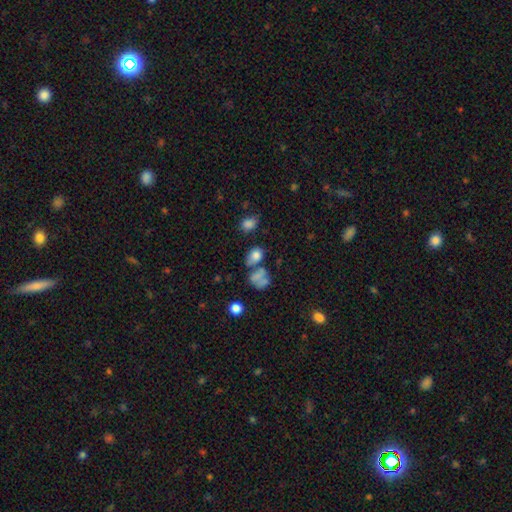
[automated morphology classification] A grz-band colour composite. It shows a smooth galaxy with no disk features (72%) that is in between round and cigar-shaped (51%). Merging: none (41%).